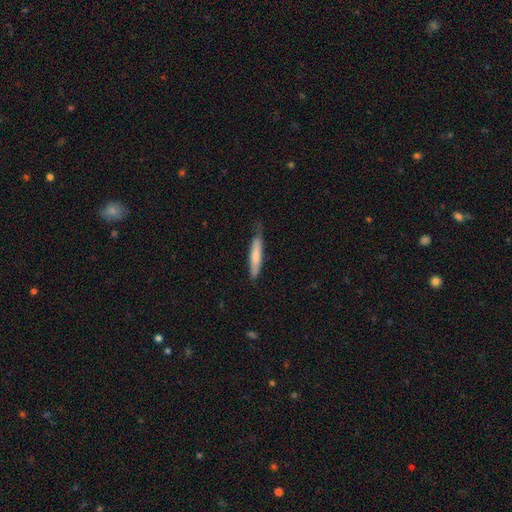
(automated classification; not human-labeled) A smooth galaxy with no disk features (72%) that is cigar-shaped (90%). Merging: none (63%).